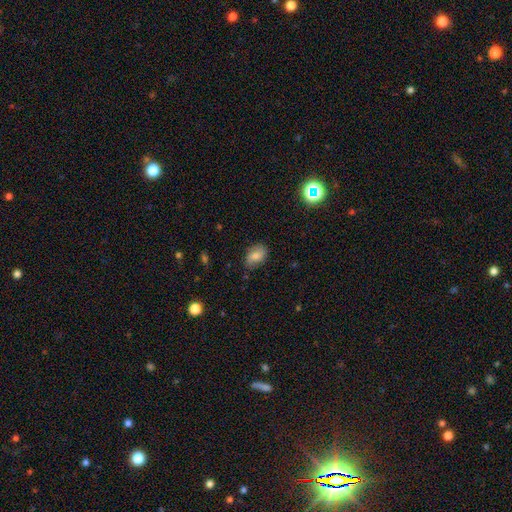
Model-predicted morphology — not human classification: This is likely a smooth galaxy (72%). How rounded: clearly in between (83%). Merging: likely none (72%).